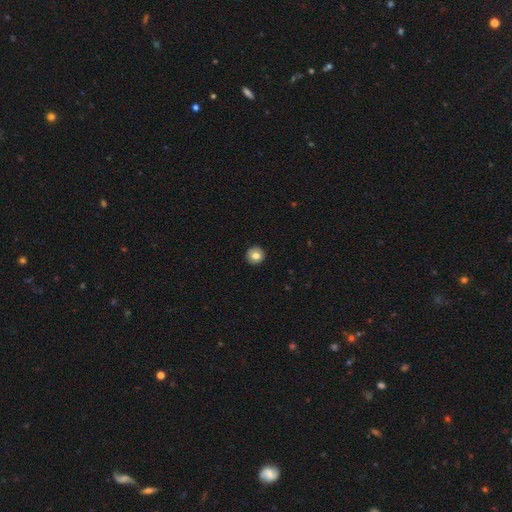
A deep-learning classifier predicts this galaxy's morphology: Smooth or featured: smooth — 78% (featured or disk — 13%)
How rounded: round — 94% (in between — 5%)
Merging: none — 91% (minor disturbance — 6%)